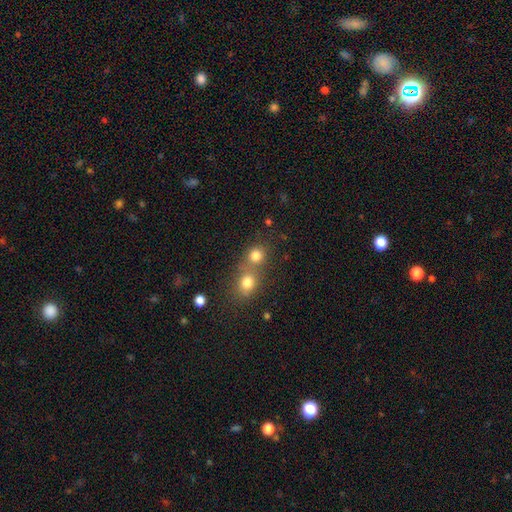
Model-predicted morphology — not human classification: Smooth or featured? smooth (79%)
How rounded? round (81%)
Merging? merger (46%)